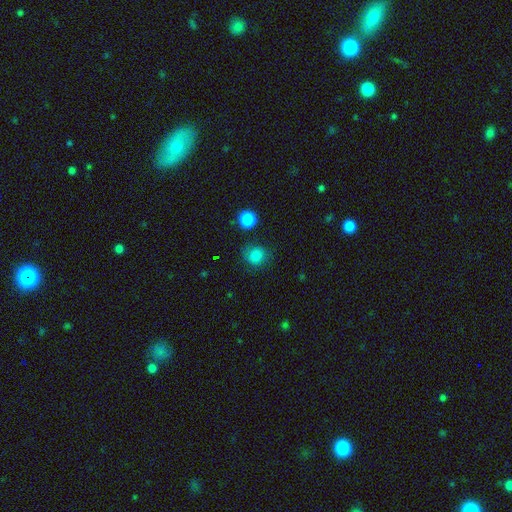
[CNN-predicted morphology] smooth_or_featured: smooth (p=0.85) [alt: star or artifact p=0.11]
how_rounded: round (p=0.84) [alt: in between p=0.15]
merging: none (p=0.76) [alt: minor disturbance p=0.15]